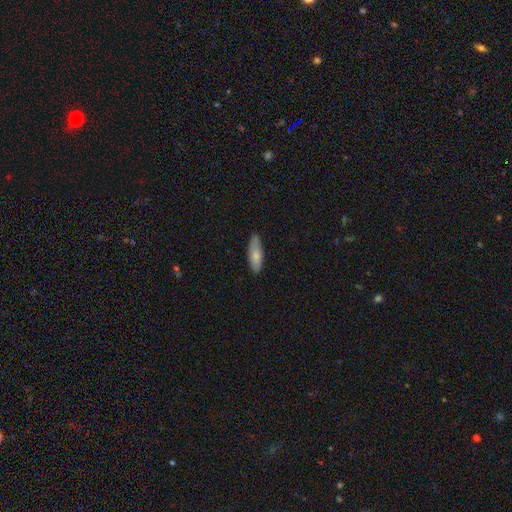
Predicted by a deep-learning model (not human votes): Smooth or featured?
  - smooth: 76% *
  - featured or disk: 18%
  - star or artifact: 5%
How rounded?
  - in between: 59% *
  - cigar-shaped: 39%
  - round: 2%
Merging?
  - none: 82% *
  - minor disturbance: 15%
  - major disturbance: 2%
  - merger: 1%